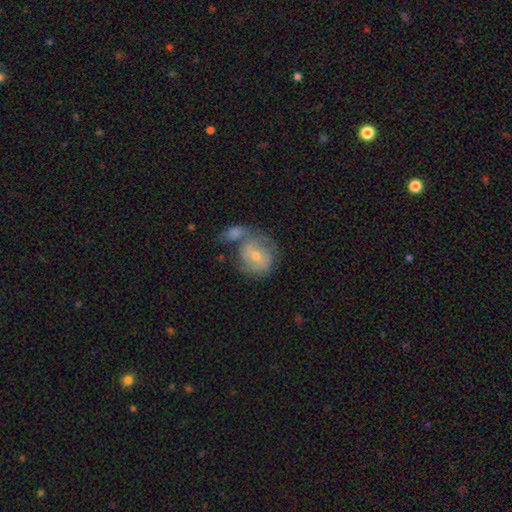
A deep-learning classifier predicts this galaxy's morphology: The model was most divided on "merging": merger: 41%, none: 36%, minor disturbance: 14%, major disturbance: 8%. More confident: edge-on disk — no (96%); spiral arms — yes (68%); bar — no (58%); bulge size — moderate (54%); smooth or featured — featured or disk (53%).